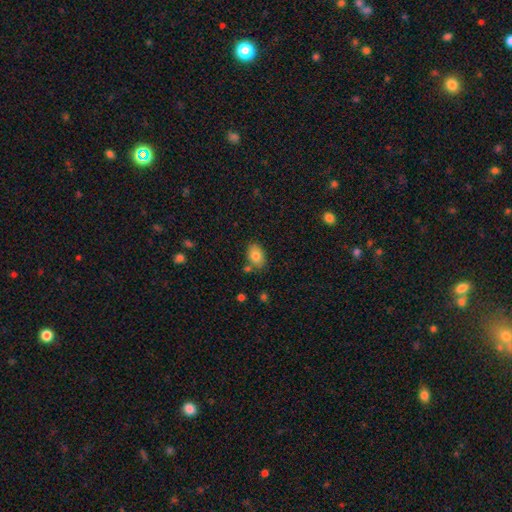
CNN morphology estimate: Smooth or featured: smooth — 81% (featured or disk — 11%)
How rounded: in between — 84% (round — 15%)
Merging: none — 77% (minor disturbance — 13%)